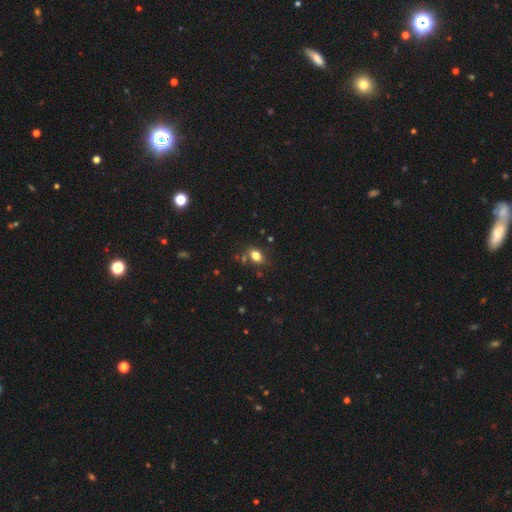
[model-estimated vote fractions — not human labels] This appears to be a smooth galaxy with no disk features (79%) that is in between round and cigar-shaped (72%). Merging: none (73%).